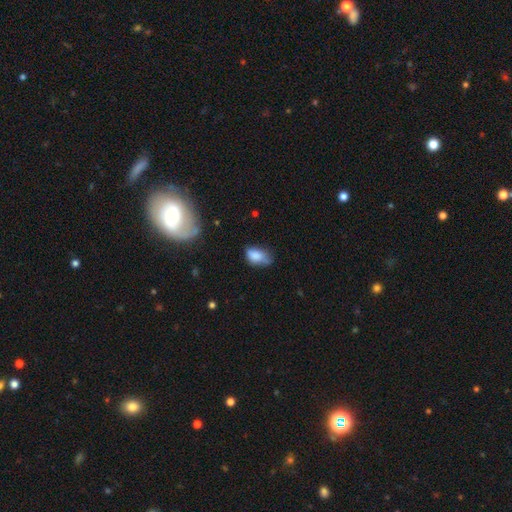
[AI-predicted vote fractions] Smooth or featured? smooth (78%)
How rounded? in between (88%)
Merging? none (41%, tied with minor disturbance)